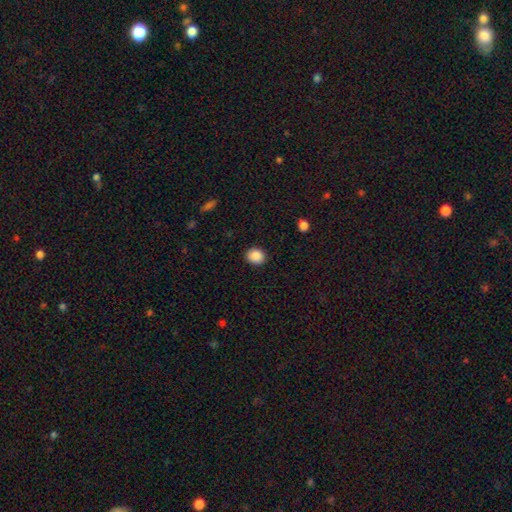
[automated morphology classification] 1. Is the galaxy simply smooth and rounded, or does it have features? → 89% smooth, 9% star or artifact, 3% featured or disk.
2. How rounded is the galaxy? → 73% round, 26% in between, 1% cigar-shaped.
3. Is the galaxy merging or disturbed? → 89% none, 7% minor disturbance, 2% major disturbance, 1% merger.